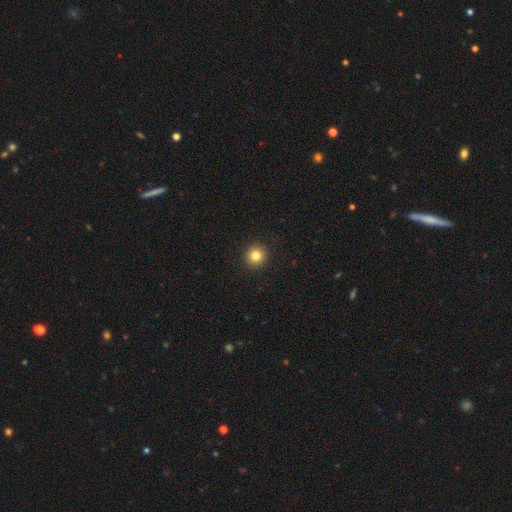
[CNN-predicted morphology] type=smooth (83%); roundness=round (93%); merging=none (93%).